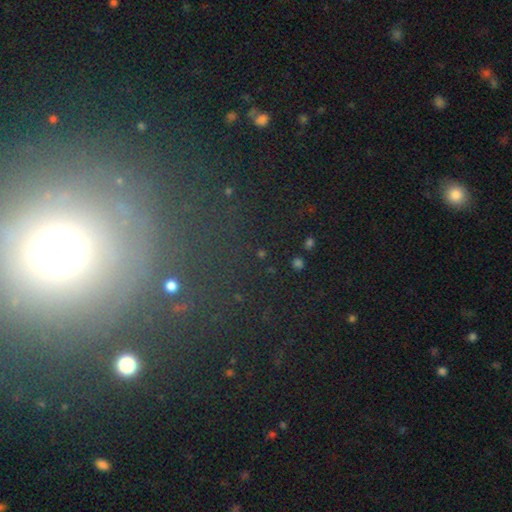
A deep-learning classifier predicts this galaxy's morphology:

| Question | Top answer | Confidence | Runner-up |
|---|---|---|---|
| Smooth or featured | star or artifact | 53% | smooth (26%) |